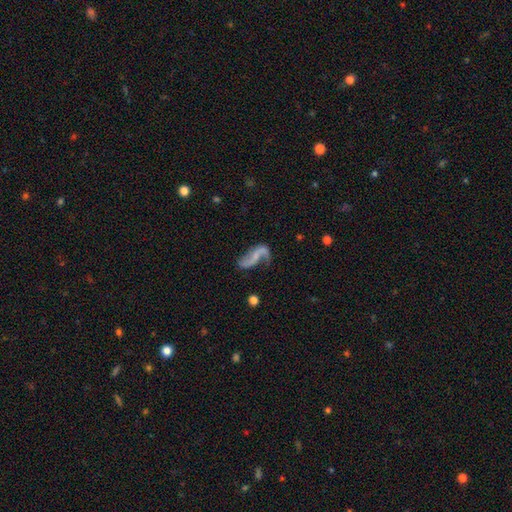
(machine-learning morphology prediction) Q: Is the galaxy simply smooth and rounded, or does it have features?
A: featured or disk — 79%.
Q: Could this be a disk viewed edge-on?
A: no — 96%.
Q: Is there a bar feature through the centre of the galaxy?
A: no — 43%.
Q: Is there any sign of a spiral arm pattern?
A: yes — 90%.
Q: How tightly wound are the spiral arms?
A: loose — 85%.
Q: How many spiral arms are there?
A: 2 — 85%.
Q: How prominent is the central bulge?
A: none — 48%.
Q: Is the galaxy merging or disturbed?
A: none — 54%.